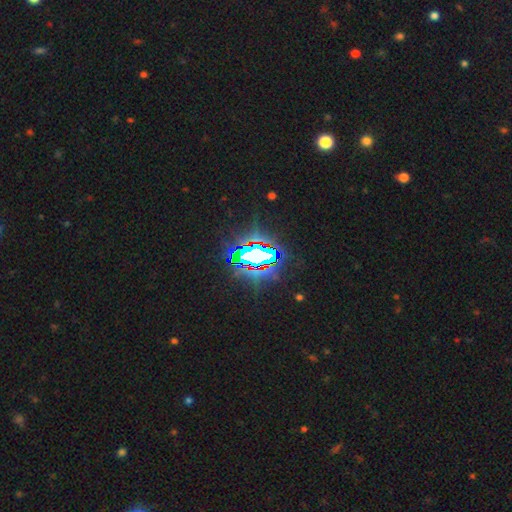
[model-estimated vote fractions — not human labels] This is likely a star or artifact rather than a galaxy (75%).